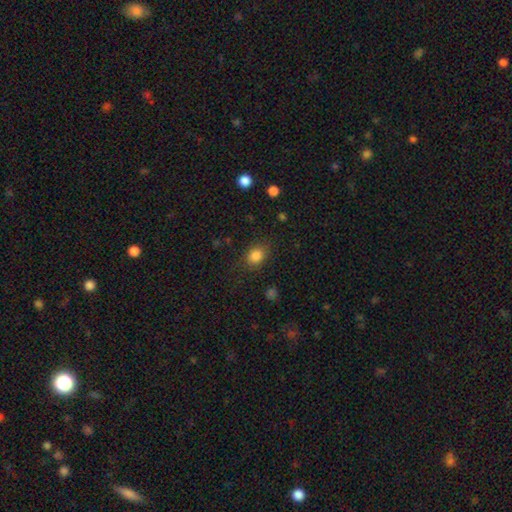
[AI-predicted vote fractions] This is clearly a smooth galaxy (83%). How rounded: possibly round (50%). Merging: likely none (78%).